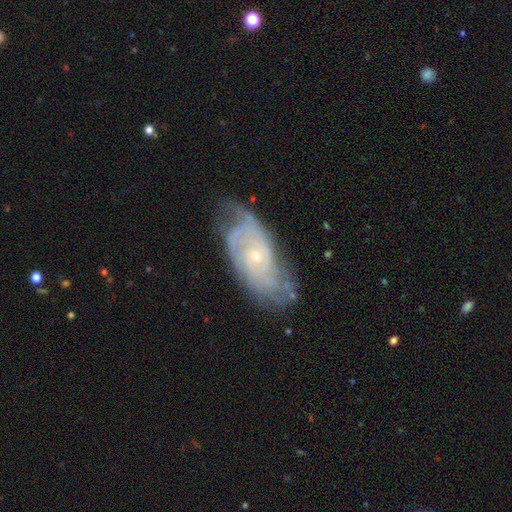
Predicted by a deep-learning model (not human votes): Q: Smooth or featured?
A: featured or disk (84%); runner-up: smooth (9%)
Q: Edge-on disk?
A: no (94%); runner-up: yes (6%)
Q: Bar?
A: no (75%); runner-up: weak (21%)
Q: Spiral arms?
A: yes (94%); runner-up: no (6%)
Q: Spiral winding?
A: tight (64%); runner-up: medium (28%)
Q: Spiral arm count?
A: can't tell (37%); runner-up: 2 (29%)
Q: Bulge size?
A: small (76%); runner-up: moderate (21%)
Q: Merging?
A: none (65%); runner-up: minor disturbance (24%)